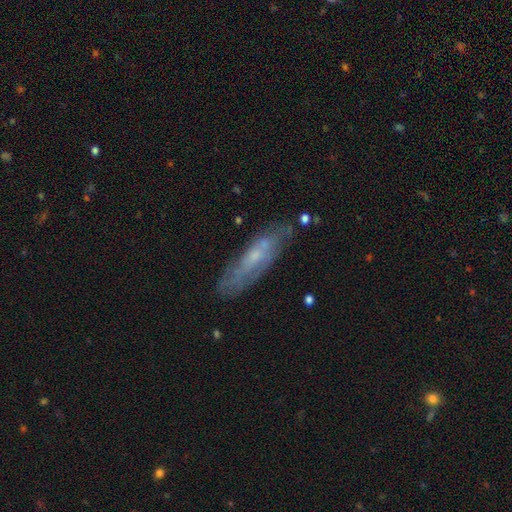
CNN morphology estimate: A featured or disk galaxy (55%).

Vote fractions:
- Smooth or featured? featured or disk: 55% / smooth: 37% / star or artifact: 8%
- Edge-on disk? no: 60% / yes: 40%
- Merging? none: 71% / minor disturbance: 20% / major disturbance: 6% / merger: 3%